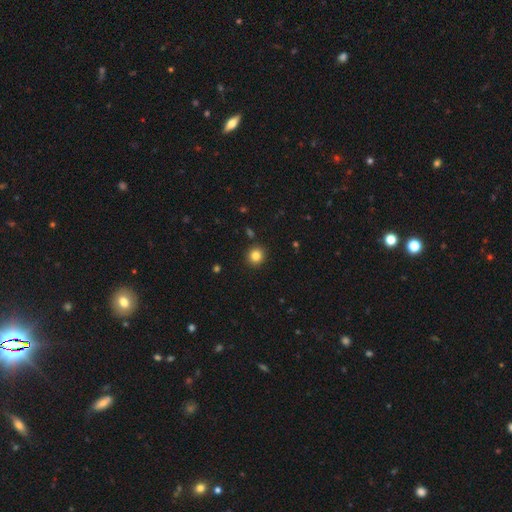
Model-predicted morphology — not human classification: Smooth or featured: smooth — 83% (star or artifact — 12%)
How rounded: round — 90% (in between — 10%)
Merging: none — 91% (minor disturbance — 6%)